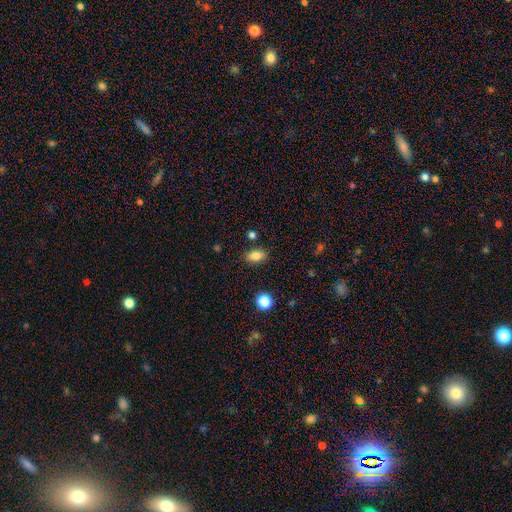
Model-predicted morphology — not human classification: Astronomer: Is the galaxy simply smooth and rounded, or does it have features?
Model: smooth — 82%.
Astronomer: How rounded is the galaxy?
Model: in between — 85%.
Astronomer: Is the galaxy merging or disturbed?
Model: none — 84%.